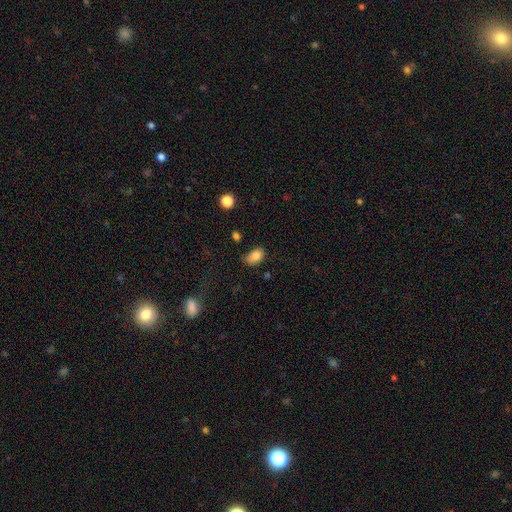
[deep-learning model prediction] Smooth or featured?
  - smooth: 83% *
  - star or artifact: 9%
  - featured or disk: 7%
How rounded?
  - in between: 87% *
  - round: 12%
  - cigar-shaped: 1%
Merging?
  - none: 61% *
  - minor disturbance: 29%
  - major disturbance: 7%
  - merger: 3%